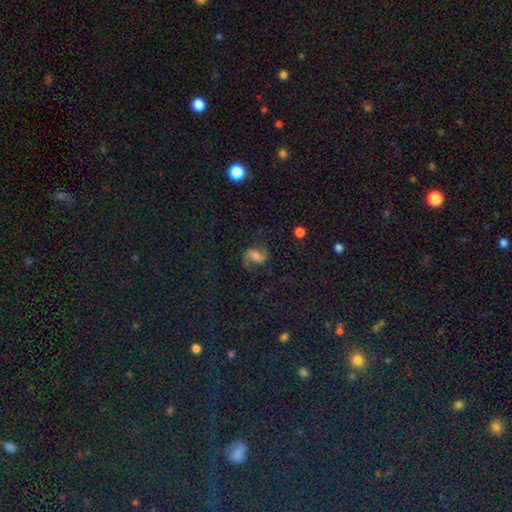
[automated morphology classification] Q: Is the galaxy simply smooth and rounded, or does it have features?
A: featured or disk — 77%.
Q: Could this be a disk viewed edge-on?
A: no — 98%.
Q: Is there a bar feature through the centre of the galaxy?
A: weak — 44%.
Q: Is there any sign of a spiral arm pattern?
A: yes — 96%.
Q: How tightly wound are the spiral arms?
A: medium — 45%, tied with loose.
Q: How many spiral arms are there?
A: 2 — 94%.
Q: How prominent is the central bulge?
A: moderate — 52%.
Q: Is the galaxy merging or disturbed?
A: none — 78%.